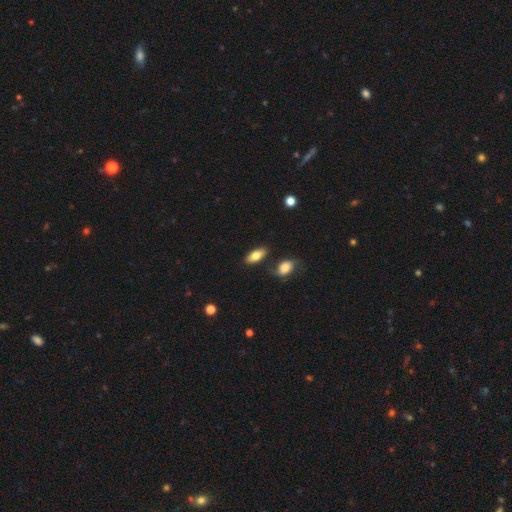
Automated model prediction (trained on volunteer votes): Smooth or featured? Predicted: smooth (p=0.75). How rounded? Predicted: in between (p=0.86). Merging? Predicted: none (p=0.76).